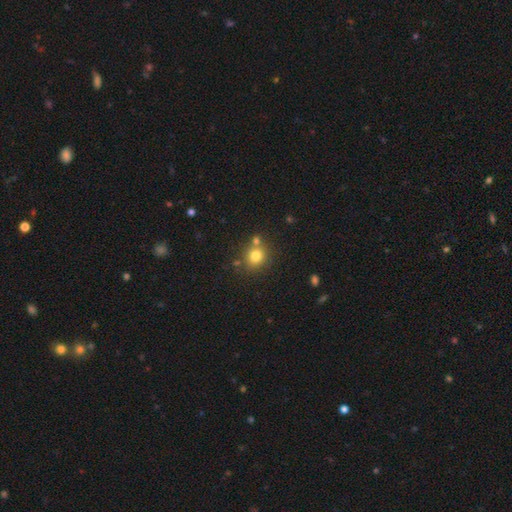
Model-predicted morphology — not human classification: This appears to be a smooth galaxy with no disk features (78%) that is round (82%). Merging: none (70%).